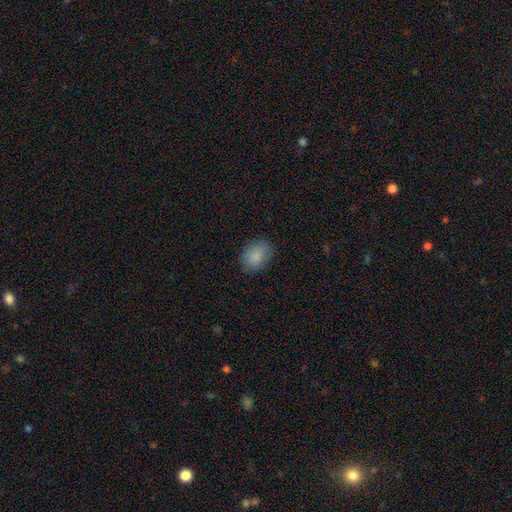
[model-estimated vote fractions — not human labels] smooth-or-featured: smooth: 88% | star or artifact: 7% | featured or disk: 5%
  how-rounded: in between: 72% | round: 27% | cigar-shaped: 1%
  merging: none: 83% | minor disturbance: 13% | major disturbance: 3% | merger: 1%